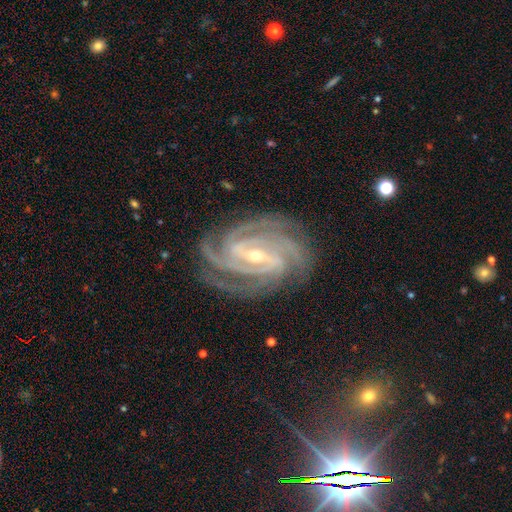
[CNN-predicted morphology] Smooth or featured: featured or disk — 93% (star or artifact — 5%)
Edge-on disk: no — 97% (yes — 3%)
Bar: strong — 48% (weak — 37%)
Spiral arms: yes — 99% (no — 1%)
Spiral winding: tight — 74% (medium — 24%)
Spiral arm count: 4 — 46% (3 — 24%)
Bulge size: small — 62% (moderate — 36%)
Merging: none — 82% (minor disturbance — 13%)